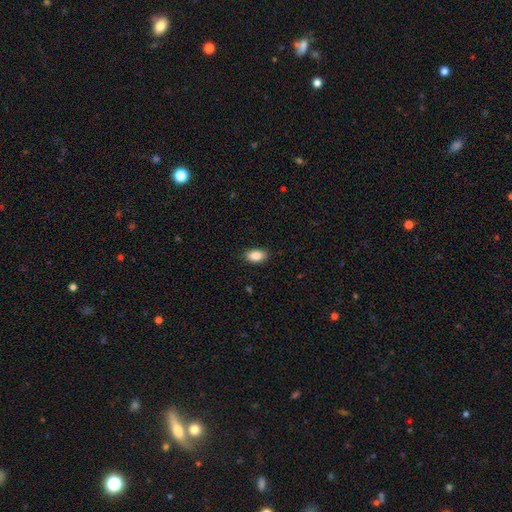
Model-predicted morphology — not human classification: Overall: smooth (87%). How rounded: in between (91%). Merging: none (86%).